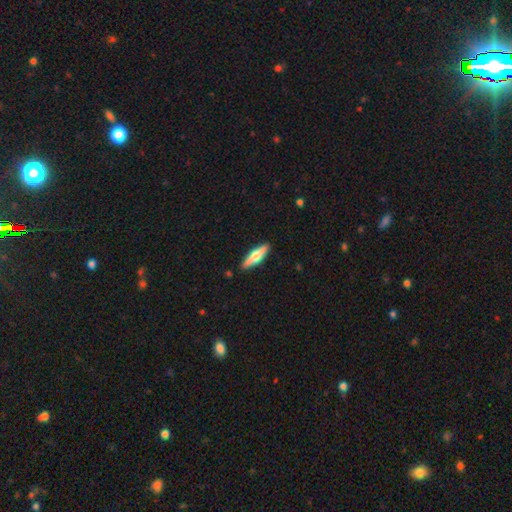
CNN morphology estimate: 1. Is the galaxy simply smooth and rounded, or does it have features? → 52% featured or disk, 43% smooth, 5% star or artifact.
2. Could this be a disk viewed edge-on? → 94% yes, 6% no.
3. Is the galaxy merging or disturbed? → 90% none, 8% minor disturbance, 1% major disturbance, 1% merger.